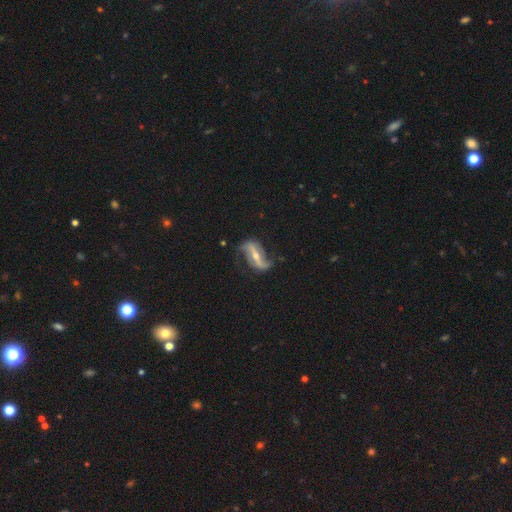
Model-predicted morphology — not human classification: This appears to be a featured or disk galaxy (88%) with a strong bar (63%), 2 (91%) loose (76%) spiral arms (94%) and a moderate central bulge (48%). Merging: none (66%).